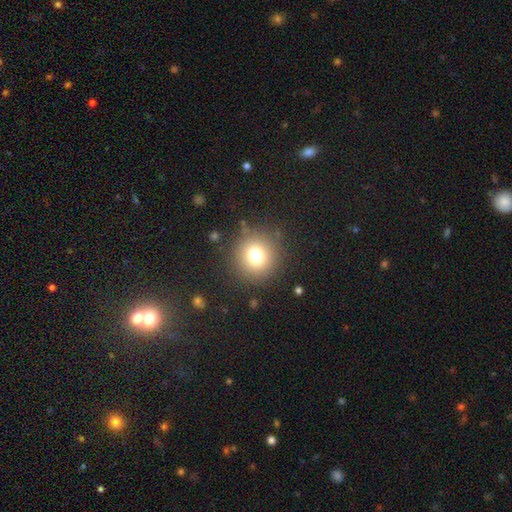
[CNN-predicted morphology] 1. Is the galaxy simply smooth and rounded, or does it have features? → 76% smooth, 14% star or artifact, 10% featured or disk.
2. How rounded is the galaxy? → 91% round, 8% in between, 1% cigar-shaped.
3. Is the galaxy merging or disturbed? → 86% none, 8% minor disturbance, 4% major disturbance, 2% merger.